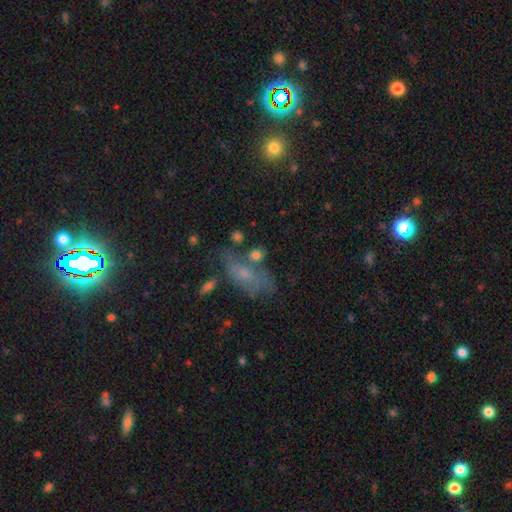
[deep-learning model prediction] A smooth galaxy with no disk features (72%) that is in between round and cigar-shaped (56%).

Vote fractions:
- Smooth or featured? smooth: 72% / featured or disk: 17% / star or artifact: 11%
- How rounded? in between: 56% / round: 36% / cigar-shaped: 8%
- Merging? none: 49% / merger: 22% / minor disturbance: 18% / major disturbance: 12%